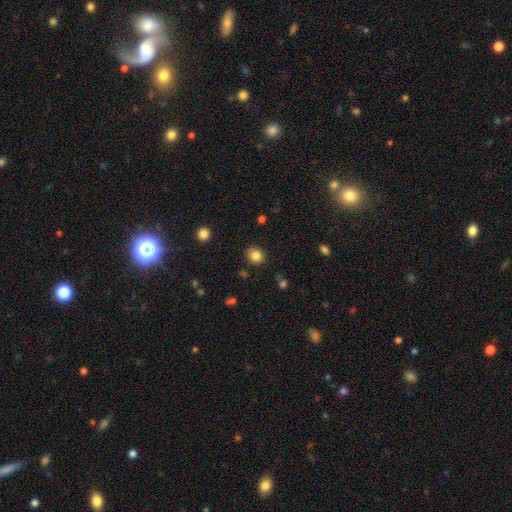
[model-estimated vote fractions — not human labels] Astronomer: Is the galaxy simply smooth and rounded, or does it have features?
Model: smooth — 84%.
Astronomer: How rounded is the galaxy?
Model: round — 80%.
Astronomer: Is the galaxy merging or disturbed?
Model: none — 86%.